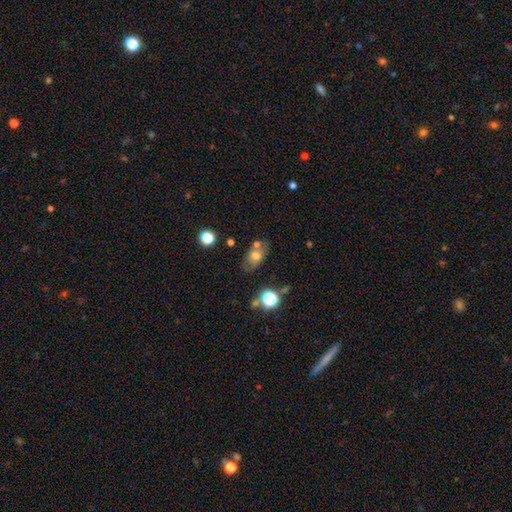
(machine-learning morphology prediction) smooth-or-featured: smooth: 59% | featured or disk: 30% | star or artifact: 11%
  how-rounded: in between: 81% | round: 16% | cigar-shaped: 3%
  merging: none: 60% | minor disturbance: 18% | merger: 15% | major disturbance: 6%